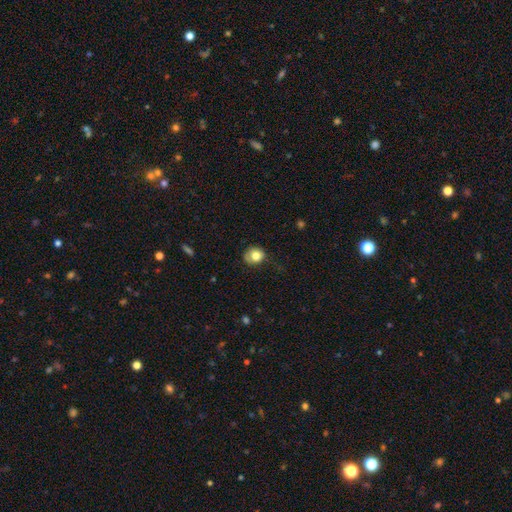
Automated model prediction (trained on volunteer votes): This appears to be a smooth galaxy with no disk features (80%) that is round (71%). Merging: none (59%).